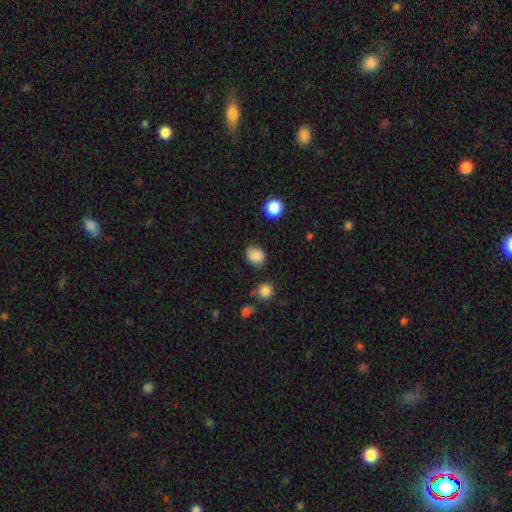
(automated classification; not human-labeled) A smooth galaxy with no disk features (85%) that is round (60%).

Vote fractions:
- Smooth or featured? smooth: 85% / star or artifact: 11% / featured or disk: 4%
- How rounded? round: 60% / in between: 39% / cigar-shaped: 1%
- Merging? none: 77% / minor disturbance: 16% / major disturbance: 4% / merger: 3%